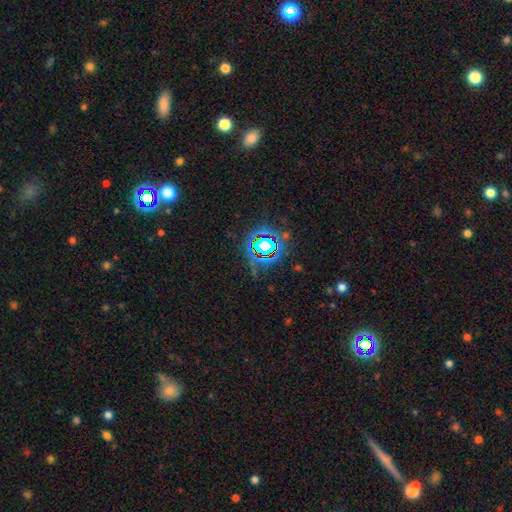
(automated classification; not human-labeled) Smooth or featured? star or artifact (72%)